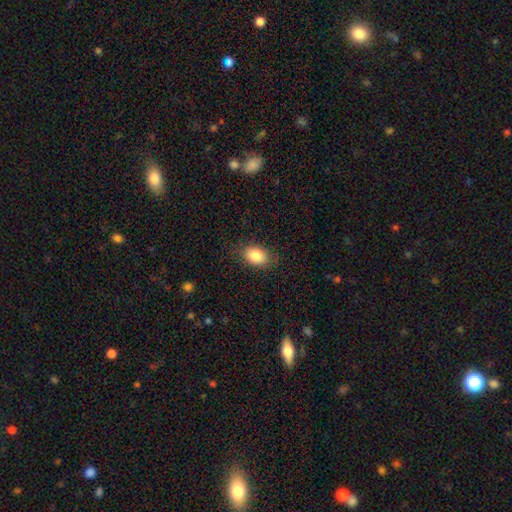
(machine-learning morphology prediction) A smooth galaxy with no disk features (85%) that is in between round and cigar-shaped (84%). Merging: none (84%).